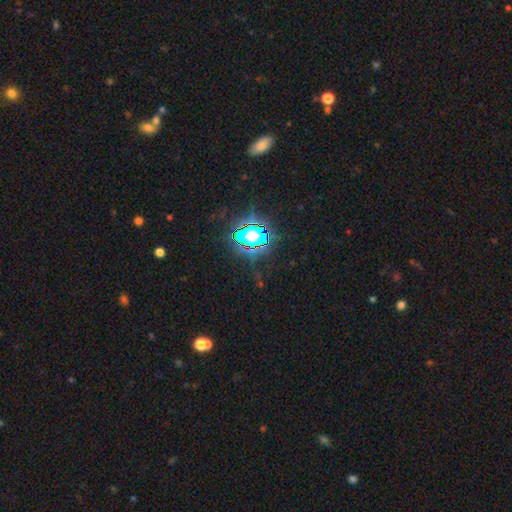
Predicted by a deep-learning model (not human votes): star or artifact 82%, smooth 11%, featured or disk 8%.